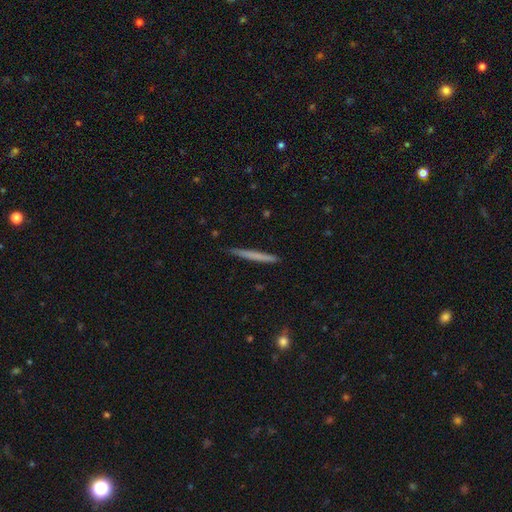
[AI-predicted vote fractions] Smooth or featured? smooth (62%)
How rounded? cigar-shaped (97%)
Merging? none (90%)